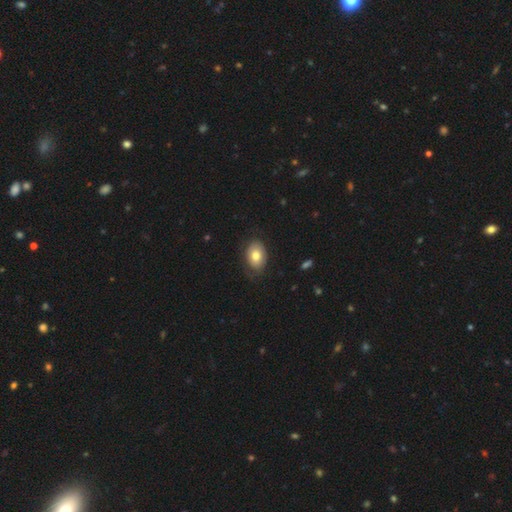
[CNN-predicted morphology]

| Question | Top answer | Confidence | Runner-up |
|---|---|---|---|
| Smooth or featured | smooth | 75% | featured or disk (18%) |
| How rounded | in between | 79% | round (20%) |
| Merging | none | 75% | minor disturbance (19%) |